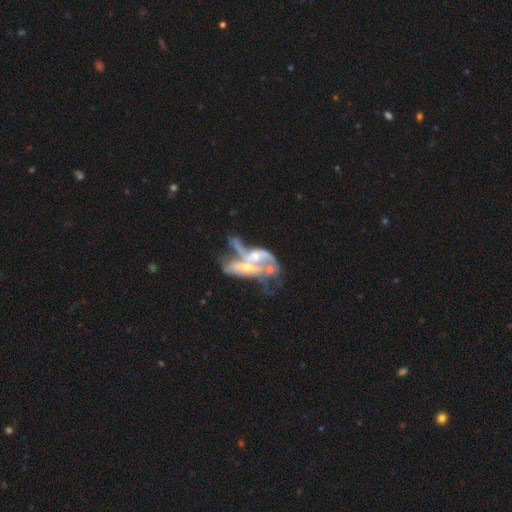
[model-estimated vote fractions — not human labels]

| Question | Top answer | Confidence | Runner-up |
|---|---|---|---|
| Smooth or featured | featured or disk | 70% | smooth (21%) |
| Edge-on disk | no | 90% | yes (10%) |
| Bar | no | 75% | weak (18%) |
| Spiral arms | no | 57% | yes (43%) |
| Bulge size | moderate | 43% | small (35%) |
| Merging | merger | 70% | major disturbance (16%) |